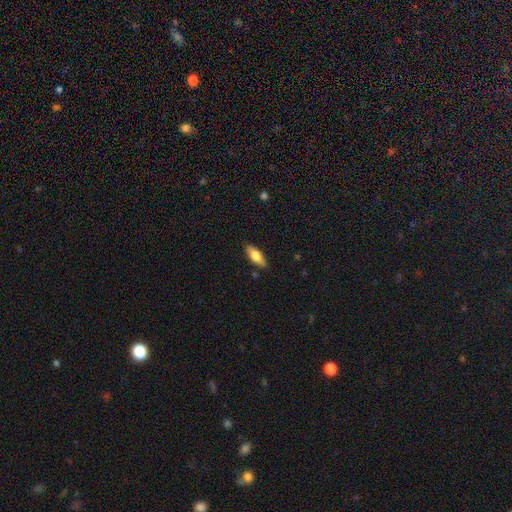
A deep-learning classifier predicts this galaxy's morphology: Smooth or featured? smooth (66%)
How rounded? in between (65%)
Merging? none (85%)